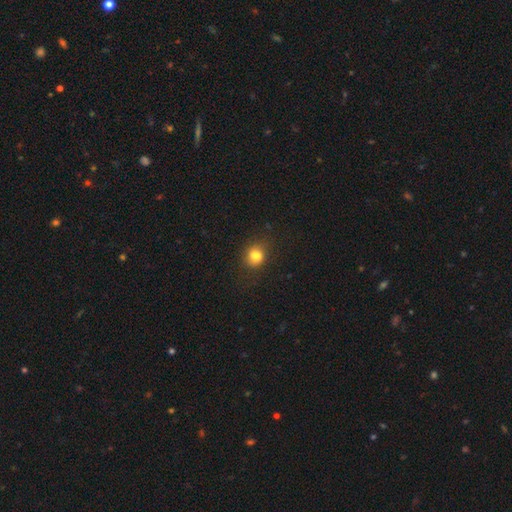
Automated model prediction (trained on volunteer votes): smooth 79%, star or artifact 12%, featured or disk 9%. Down the decision tree: how rounded — round (61%); merging — none (70%).